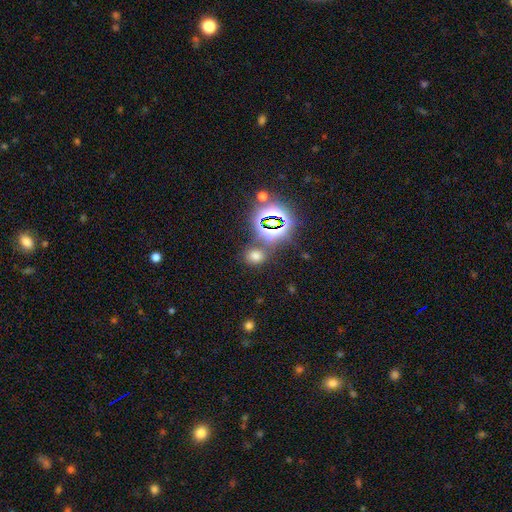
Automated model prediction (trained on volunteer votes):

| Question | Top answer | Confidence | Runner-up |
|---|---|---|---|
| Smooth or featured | smooth | 60% | star or artifact (34%) |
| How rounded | round | 60% | in between (39%) |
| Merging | none | 77% | merger (10%) |